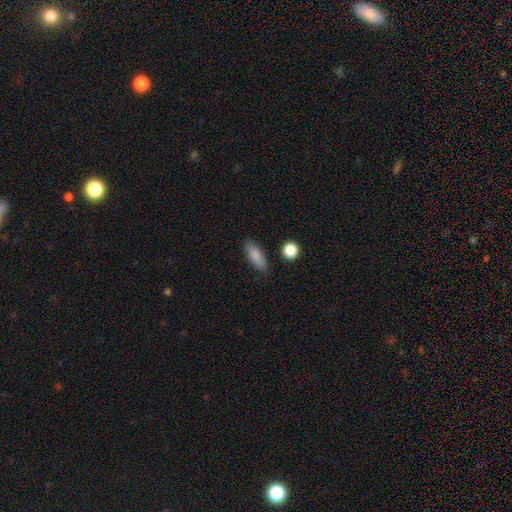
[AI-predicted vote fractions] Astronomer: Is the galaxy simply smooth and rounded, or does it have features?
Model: smooth — 83%.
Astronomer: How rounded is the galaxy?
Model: in between — 73%.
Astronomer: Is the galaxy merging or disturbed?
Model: none — 82%.